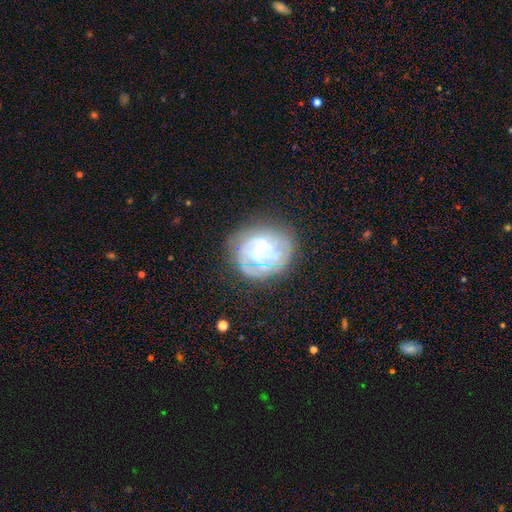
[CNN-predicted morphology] smooth_or_featured: featured or disk (p=0.61) [alt: smooth p=0.27]
disk_edge_on: no (p=0.97) [alt: yes p=0.03]
bar: no (p=0.50) [alt: weak p=0.31]
has_spiral_arms: no (p=0.64) [alt: yes p=0.36]
bulge_size: moderate (p=0.36) [alt: small p=0.26]
merging: none (p=0.53) [alt: minor disturbance p=0.20]